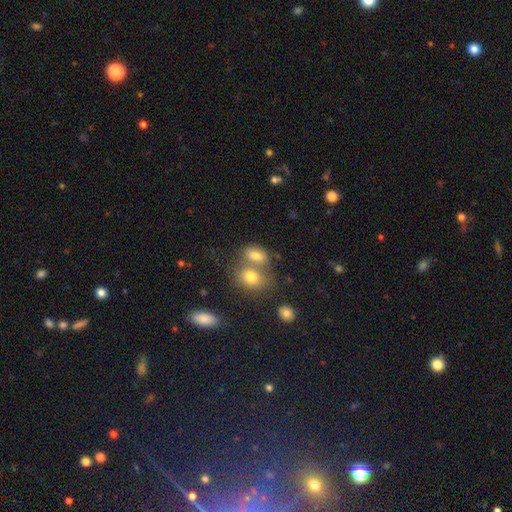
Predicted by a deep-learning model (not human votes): Smooth or featured: smooth — 78% (star or artifact — 11%)
How rounded: in between — 80% (round — 18%)
Merging: merger — 47% (none — 39%)